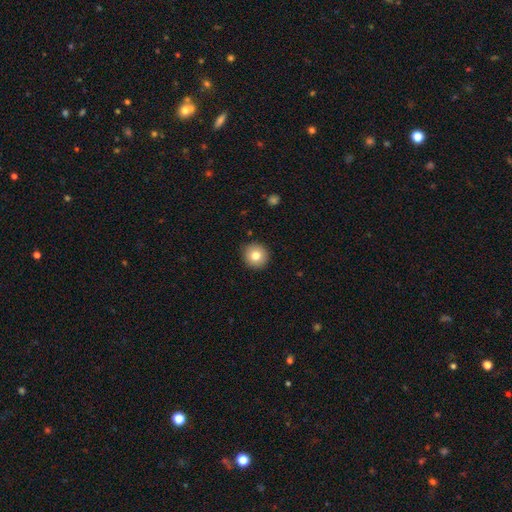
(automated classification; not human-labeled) Q: Smooth or featured?
A: smooth (79%); runner-up: featured or disk (11%)
Q: How rounded?
A: round (94%); runner-up: in between (5%)
Q: Merging?
A: none (90%); runner-up: minor disturbance (7%)